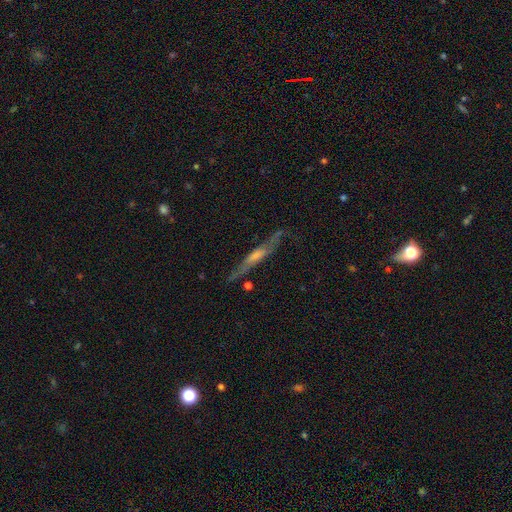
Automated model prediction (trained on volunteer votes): This appears to be a featured or disk galaxy (66%) viewed edge-on (85%) with a rounded central bulge (41%). Merging: none (70%).